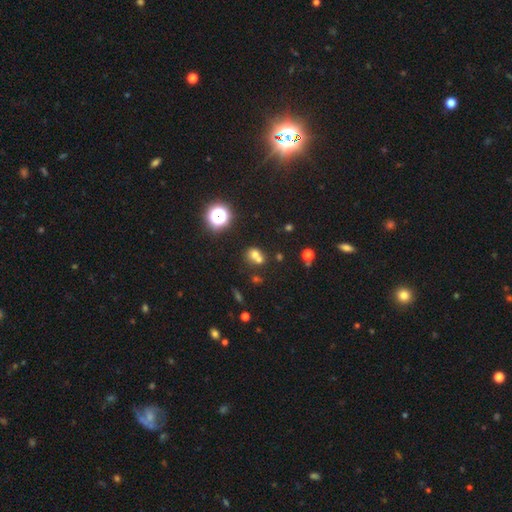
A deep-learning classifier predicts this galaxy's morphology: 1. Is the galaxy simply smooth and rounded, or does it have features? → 63% smooth, 22% star or artifact, 15% featured or disk.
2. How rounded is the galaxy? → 72% round, 27% in between, 1% cigar-shaped.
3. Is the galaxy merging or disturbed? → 51% merger, 38% none, 8% minor disturbance, 4% major disturbance.